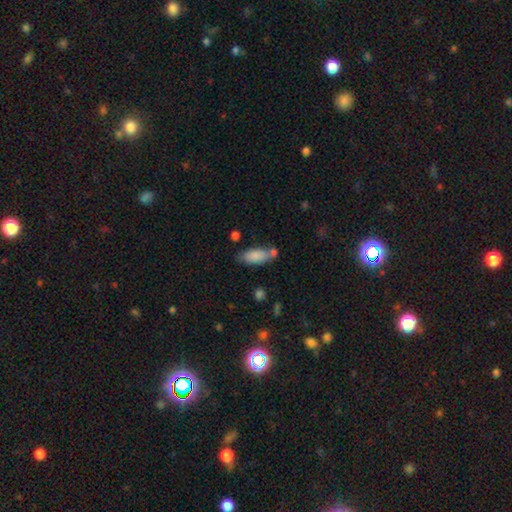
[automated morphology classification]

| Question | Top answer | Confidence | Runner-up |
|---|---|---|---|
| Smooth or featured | smooth | 84% | featured or disk (9%) |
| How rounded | in between | 83% | cigar-shaped (15%) |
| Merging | none | 55% | merger (20%) |